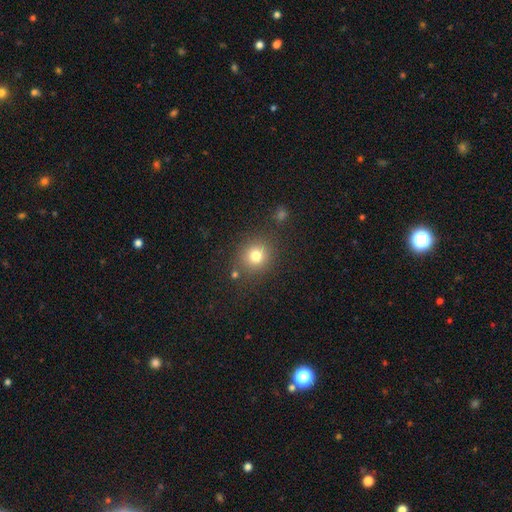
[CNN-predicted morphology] Q: Smooth or featured?
A: smooth (77%); runner-up: star or artifact (14%)
Q: How rounded?
A: round (85%); runner-up: in between (14%)
Q: Merging?
A: none (81%); runner-up: minor disturbance (10%)